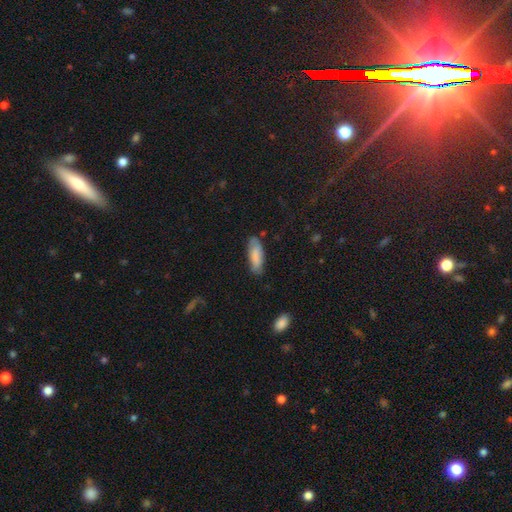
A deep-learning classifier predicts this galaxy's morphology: Smooth or featured? smooth (79%)
How rounded? in between (64%)
Merging? none (73%)